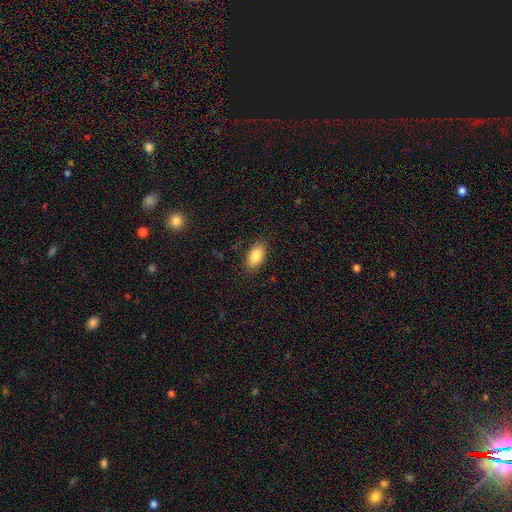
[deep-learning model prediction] Smooth or featured?
  - smooth: 86% *
  - star or artifact: 7%
  - featured or disk: 7%
How rounded?
  - in between: 92% *
  - round: 4%
  - cigar-shaped: 4%
Merging?
  - none: 86% *
  - minor disturbance: 10%
  - major disturbance: 3%
  - merger: 1%